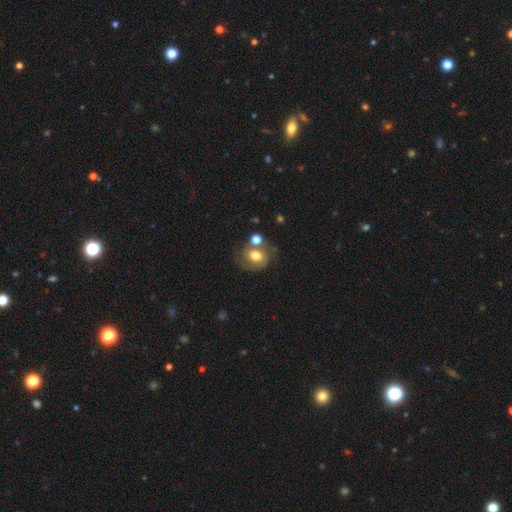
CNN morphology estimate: Smooth or featured: smooth — 54% (featured or disk — 36%)
How rounded: round — 61% (in between — 38%)
Merging: none — 52% (merger — 21%)